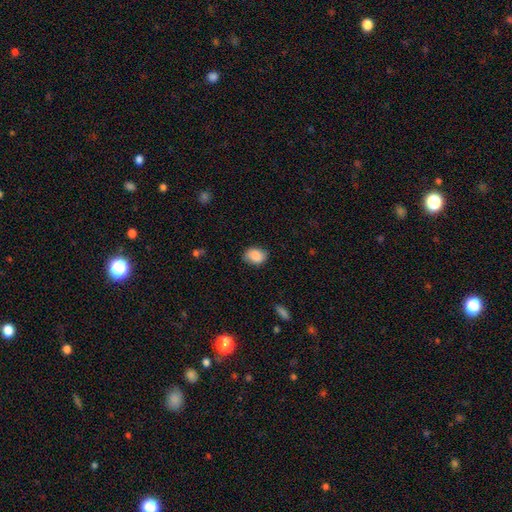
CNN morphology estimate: Smooth or featured: smooth — 84% (featured or disk — 9%)
How rounded: in between — 70% (round — 29%)
Merging: none — 77% (minor disturbance — 18%)